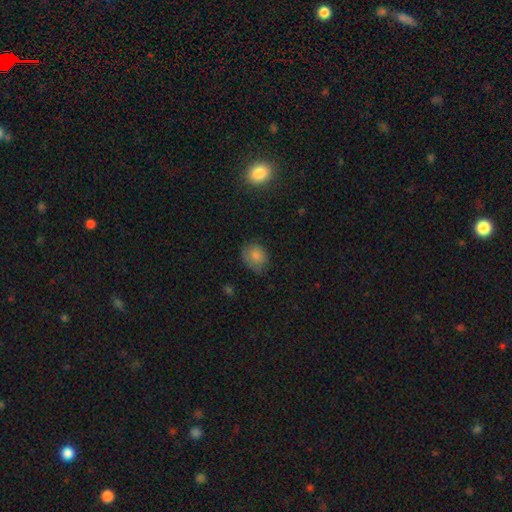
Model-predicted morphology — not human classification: The model was most divided on "how rounded": round: 58%, in between: 41%, cigar-shaped: 1%. More confident: smooth or featured — smooth (81%); merging — none (65%).